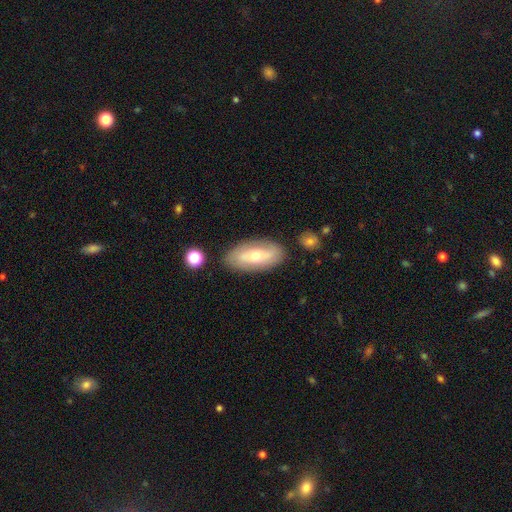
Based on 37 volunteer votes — Smooth or featured: featured or disk — 73% (smooth — 27%)
Edge-on disk: no — 81% (yes — 19%)
Bar: no — 50% (weak — 32%)
Spiral arms: yes — 77% (no — 23%)
Spiral winding: tight — 59% (medium — 29%)
Spiral arm count: 2 — 82% (can't tell — 18%)
Bulge size: small — 55% (moderate — 41%)
Merging: none — 89% (minor disturbance — 5%)